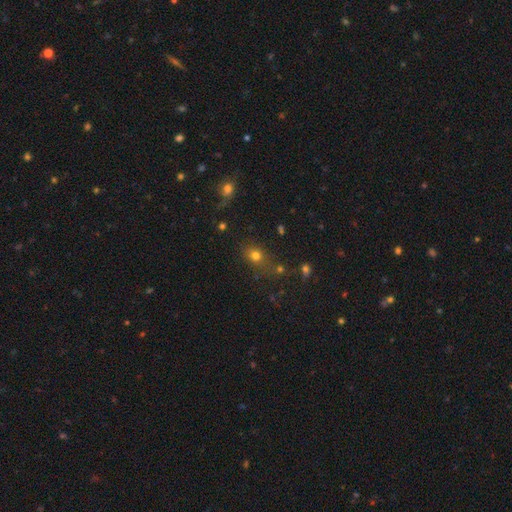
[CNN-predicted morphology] This appears to be a smooth galaxy with no disk features (71%) that is round (64%). Merging: none (67%).